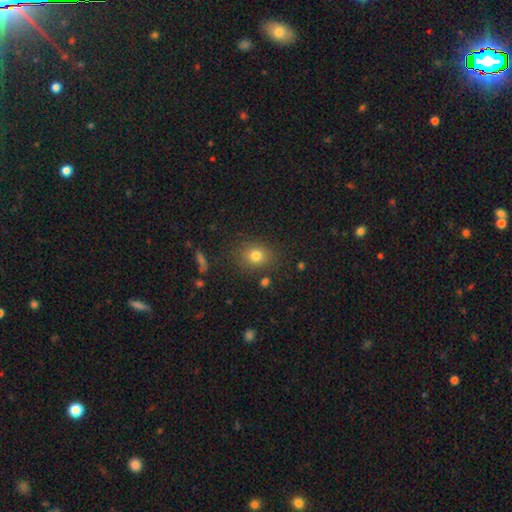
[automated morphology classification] This is likely a smooth galaxy (78%). How rounded: likely round (64%). Merging: clearly none (83%).